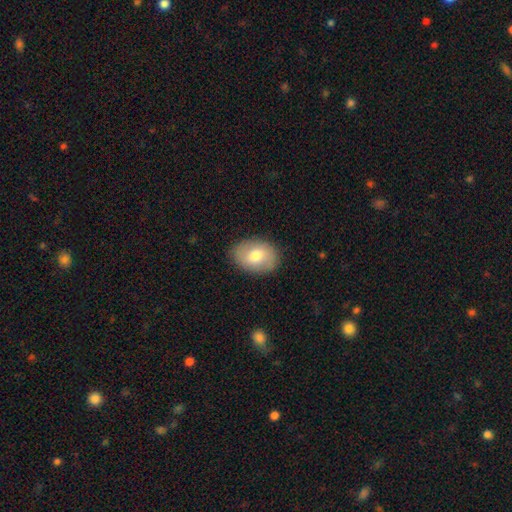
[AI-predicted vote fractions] Q: Smooth or featured?
A: smooth (71%); runner-up: featured or disk (23%)
Q: How rounded?
A: in between (76%); runner-up: round (23%)
Q: Merging?
A: none (86%); runner-up: minor disturbance (10%)